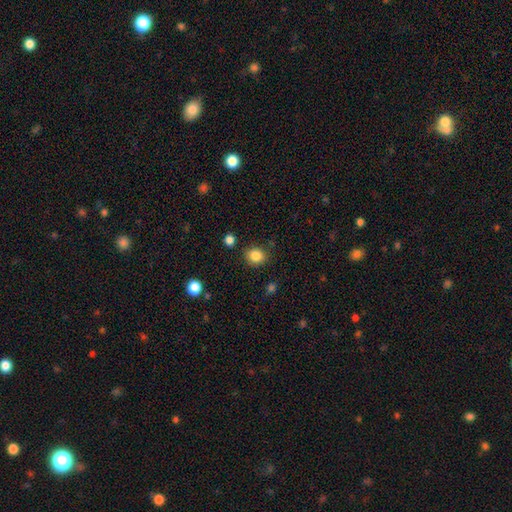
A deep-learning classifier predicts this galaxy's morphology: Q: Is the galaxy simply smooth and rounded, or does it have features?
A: smooth — 85%.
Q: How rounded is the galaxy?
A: round — 79%.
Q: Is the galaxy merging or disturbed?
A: none — 86%.